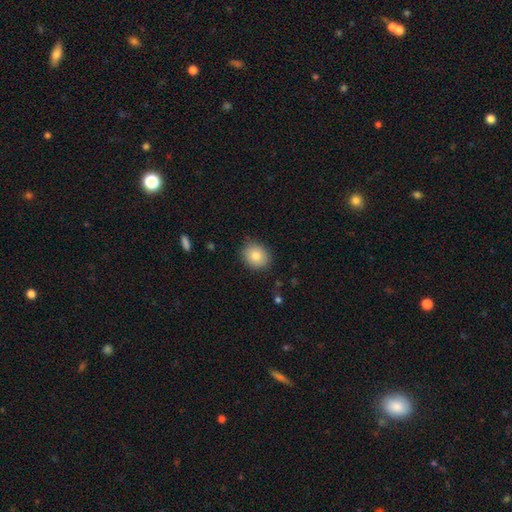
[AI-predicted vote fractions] Smooth or featured? smooth (82%)
How rounded? round (59%)
Merging? none (86%)